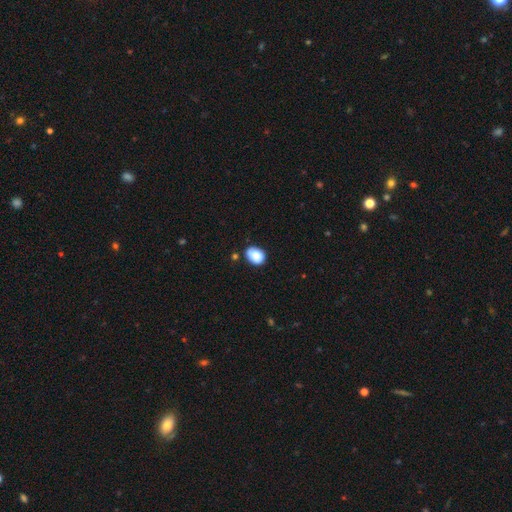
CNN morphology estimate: This appears to be a smooth galaxy with no disk features (88%) that is in between round and cigar-shaped (72%). Merging: none (74%).